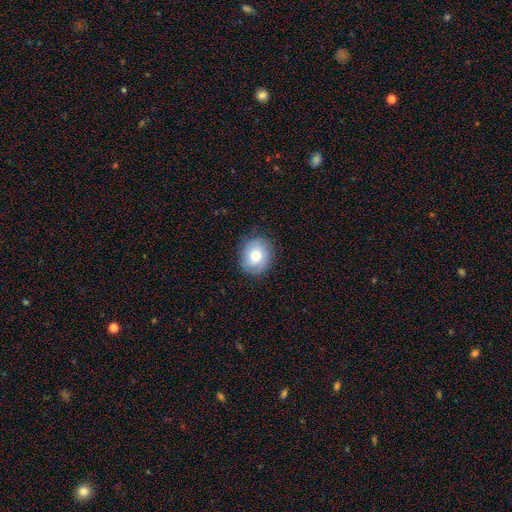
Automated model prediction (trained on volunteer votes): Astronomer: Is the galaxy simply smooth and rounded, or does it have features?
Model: smooth — 74%.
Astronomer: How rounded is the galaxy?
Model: round — 71%.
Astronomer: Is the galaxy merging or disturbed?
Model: none — 83%.